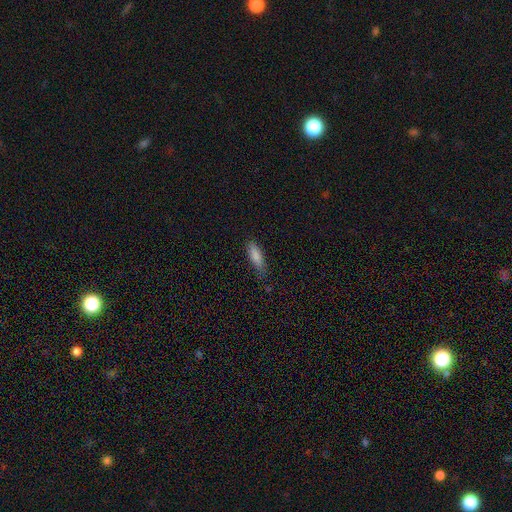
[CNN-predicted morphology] This appears to be a smooth galaxy with no disk features (85%) that is in between round and cigar-shaped (49%, tied with cigar-shaped). Merging: none (73%).